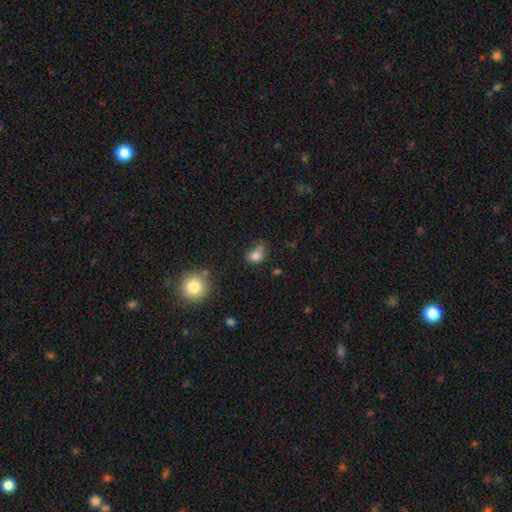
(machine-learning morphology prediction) type=smooth (78%); roundness=in between (60%); merging=none (44%).